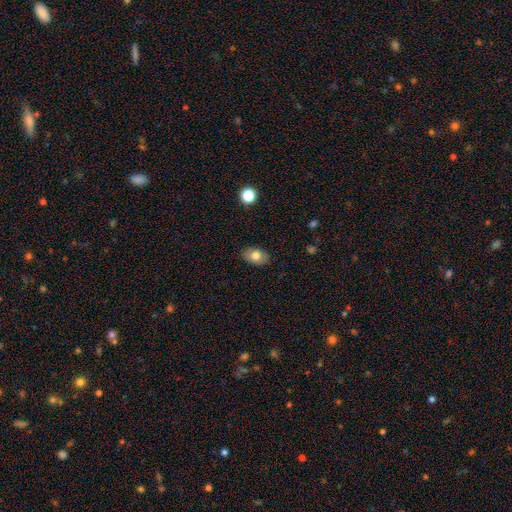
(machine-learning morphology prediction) smooth_or_featured: smooth (p=0.77) [alt: featured or disk p=0.15]
how_rounded: in between (p=0.84) [alt: round p=0.15]
merging: none (p=0.87) [alt: minor disturbance p=0.10]